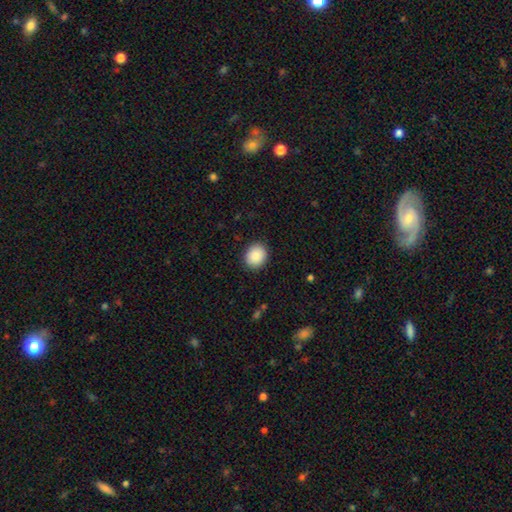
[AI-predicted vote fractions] Smooth or featured? smooth (90%)
How rounded? round (74%)
Merging? none (90%)